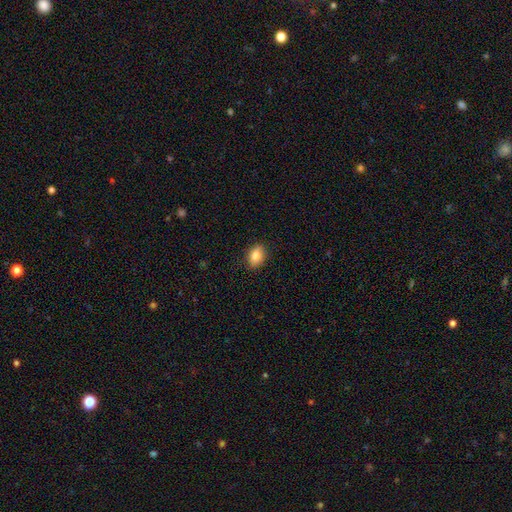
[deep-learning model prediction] Smooth or featured? smooth (82%)
How rounded? in between (80%)
Merging? none (85%)